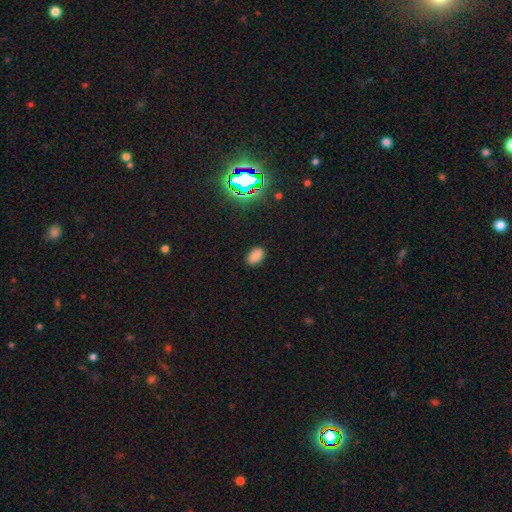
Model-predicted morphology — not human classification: smooth-or-featured: smooth: 80% | star or artifact: 16% | featured or disk: 4%
  how-rounded: in between: 89% | round: 10% | cigar-shaped: 1%
  merging: none: 85% | minor disturbance: 11% | major disturbance: 3% | merger: 1%